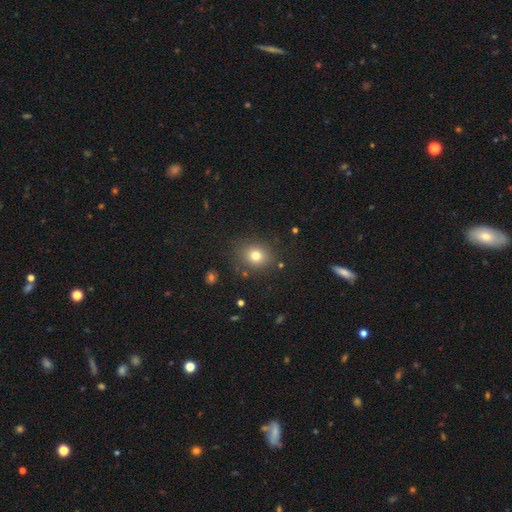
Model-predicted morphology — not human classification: A smooth galaxy with no disk features (76%) that is round (75%).

Vote fractions:
- Smooth or featured? smooth: 76% / star or artifact: 15% / featured or disk: 9%
- How rounded? round: 75% / in between: 24% / cigar-shaped: 1%
- Merging? none: 85% / minor disturbance: 9% / major disturbance: 3% / merger: 2%